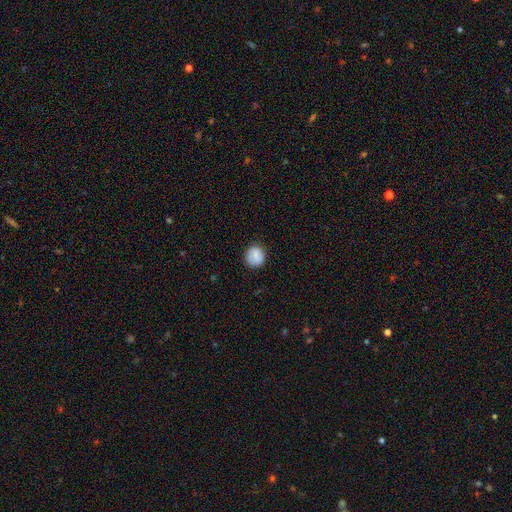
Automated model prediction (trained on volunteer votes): Morphology: type=smooth (77%); roundness=round (84%); merging=none (85%).